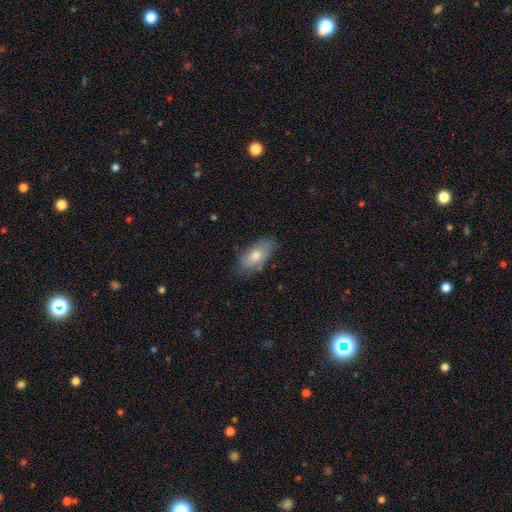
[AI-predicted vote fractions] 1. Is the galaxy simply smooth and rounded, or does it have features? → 68% smooth, 24% featured or disk, 8% star or artifact.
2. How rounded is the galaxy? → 88% in between, 8% cigar-shaped, 3% round.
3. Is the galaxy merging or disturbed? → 76% none, 19% minor disturbance, 4% major disturbance, 1% merger.